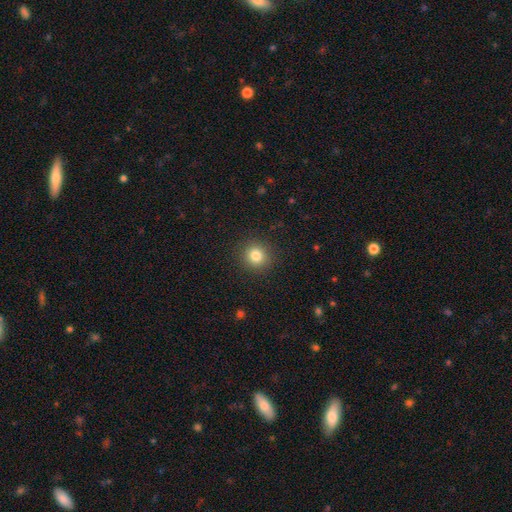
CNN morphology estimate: Smooth or featured: smooth — 82% (star or artifact — 12%)
How rounded: round — 92% (in between — 8%)
Merging: none — 91% (minor disturbance — 6%)